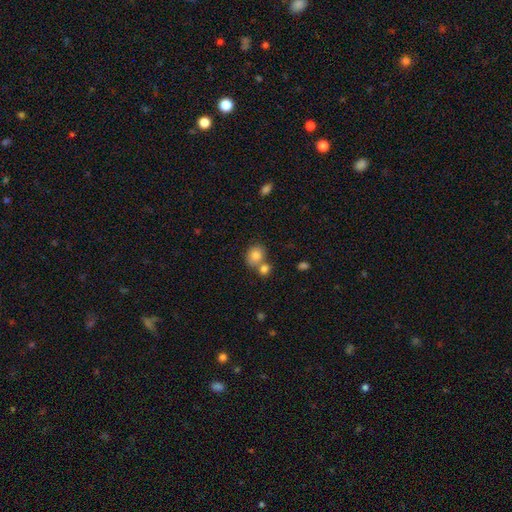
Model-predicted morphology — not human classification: Smooth or featured? Predicted: smooth (p=0.82). How rounded? Predicted: round (p=0.64). Merging? Predicted: none (p=0.52).